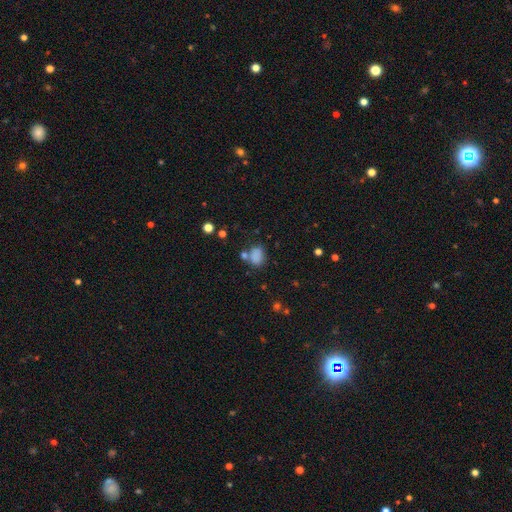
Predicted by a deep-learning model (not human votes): smooth 79%, star or artifact 13%, featured or disk 8%. Down the decision tree: how rounded — in between (69%); merging — none (53%).